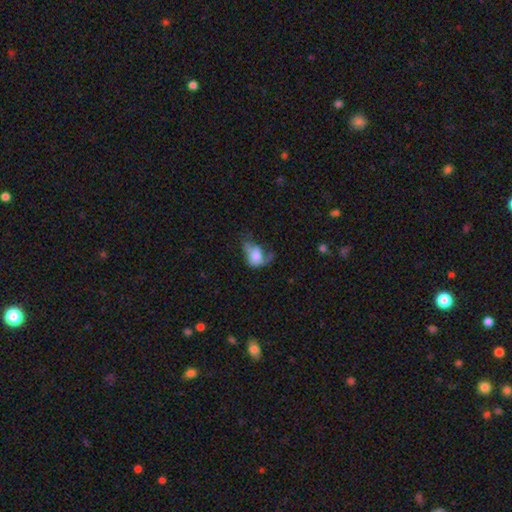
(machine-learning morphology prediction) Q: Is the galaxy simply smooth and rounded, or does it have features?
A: smooth — 56%.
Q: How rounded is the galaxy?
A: in between — 75%.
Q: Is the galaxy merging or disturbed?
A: major disturbance — 51%.